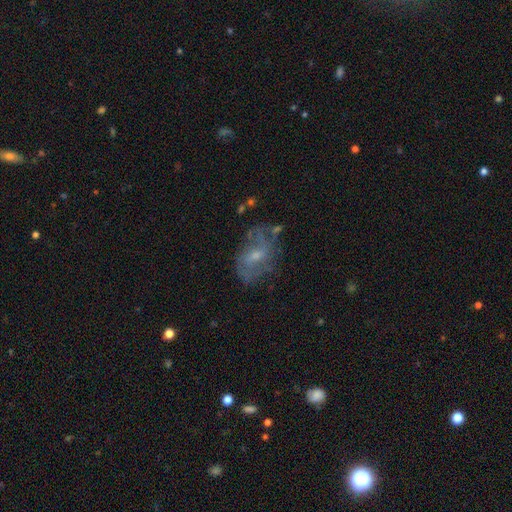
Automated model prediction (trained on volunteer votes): Smooth or featured?
  - featured or disk: 64% *
  - smooth: 26%
  - star or artifact: 10%
Edge-on disk?
  - no: 95% *
  - yes: 5%
Bar?
  - weak: 46% *
  - no: 43%
  - strong: 11%
Spiral arms?
  - yes: 66% *
  - no: 34%
Bulge size?
  - small: 49% *
  - moderate: 40%
  - none: 7%
  - large: 2%
  - dominant: 1%
Merging?
  - none: 56% *
  - minor disturbance: 23%
  - major disturbance: 17%
  - merger: 4%